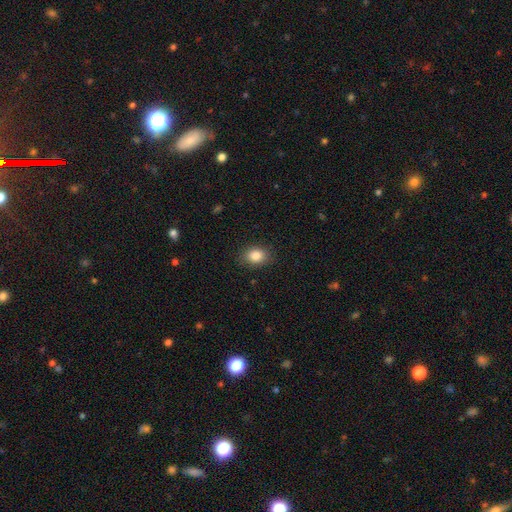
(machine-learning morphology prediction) This appears to be a smooth galaxy with no disk features (85%) that is in between round and cigar-shaped (62%). Merging: none (86%).